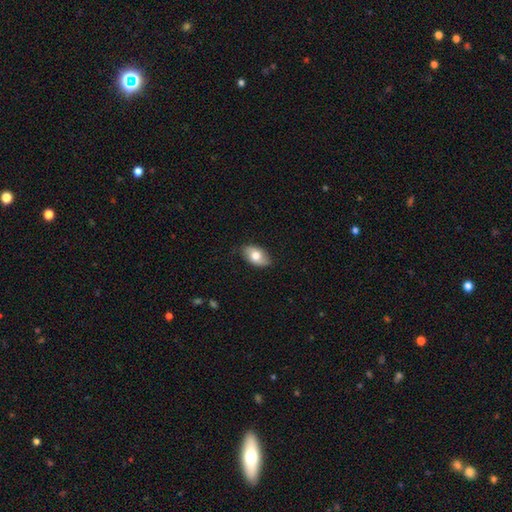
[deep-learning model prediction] This appears to be a smooth galaxy with no disk features (71%) that is in between round and cigar-shaped (92%). Merging: none (82%).